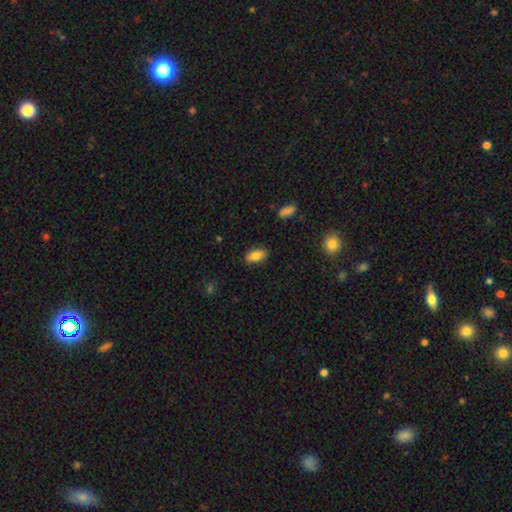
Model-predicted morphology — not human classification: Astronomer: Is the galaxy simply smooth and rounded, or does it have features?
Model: smooth — 79%.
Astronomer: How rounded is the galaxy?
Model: in between — 88%.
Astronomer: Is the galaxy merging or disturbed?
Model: none — 85%.